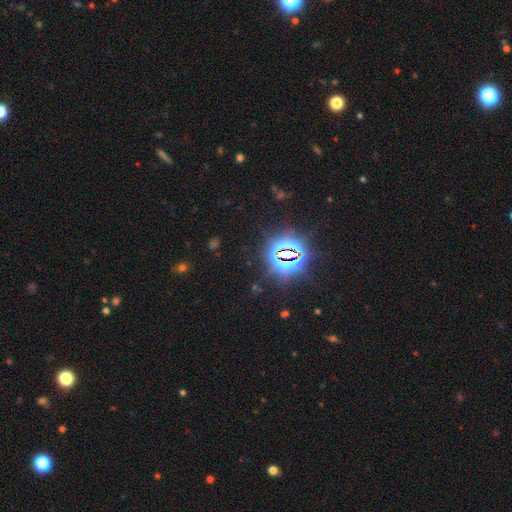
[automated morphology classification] Smooth or featured? star or artifact (85%)